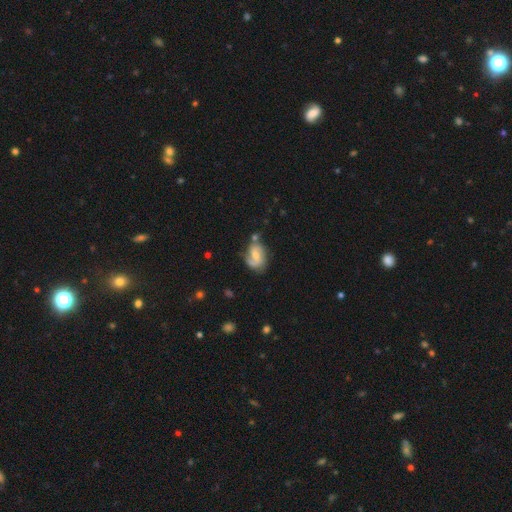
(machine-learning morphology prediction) Overall: featured or disk (68%). Edge-on disk: no (97%). Bar: no (48%; weak 42%). Spiral arms: yes (90%). Spiral arm count: 2 (62%). Spiral winding: medium (43%; loose 32%). Bulge size: moderate (48%; small 44%). Merging: none (53%; minor disturbance 25%).